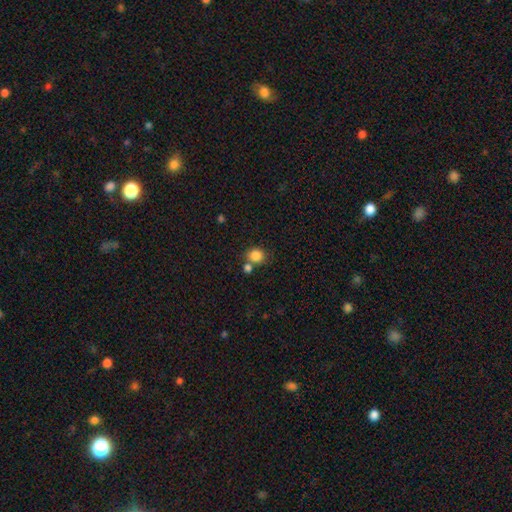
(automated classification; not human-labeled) Smooth or featured? smooth (85%)
How rounded? round (78%)
Merging? none (62%)